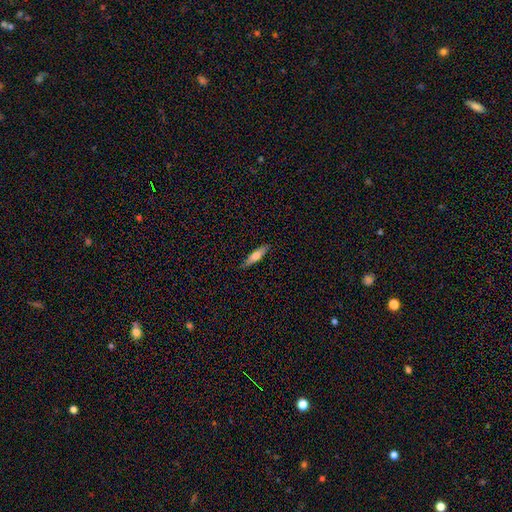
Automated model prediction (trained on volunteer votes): This appears to be a smooth galaxy with no disk features (59%) that is cigar-shaped (75%). Merging: none (86%).